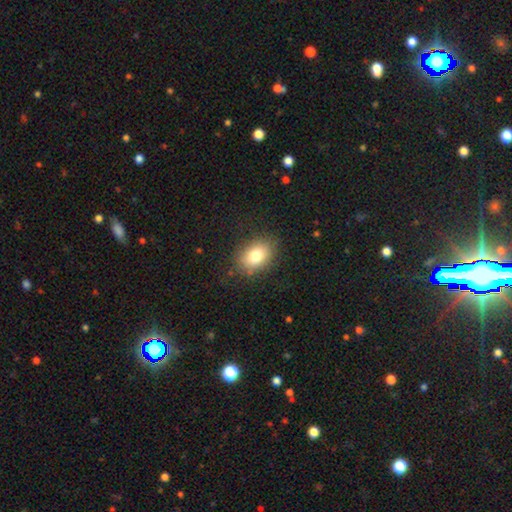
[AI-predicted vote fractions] Smooth or featured? Predicted: smooth (p=0.79). How rounded? Predicted: in between (p=0.76). Merging? Predicted: none (p=0.82).